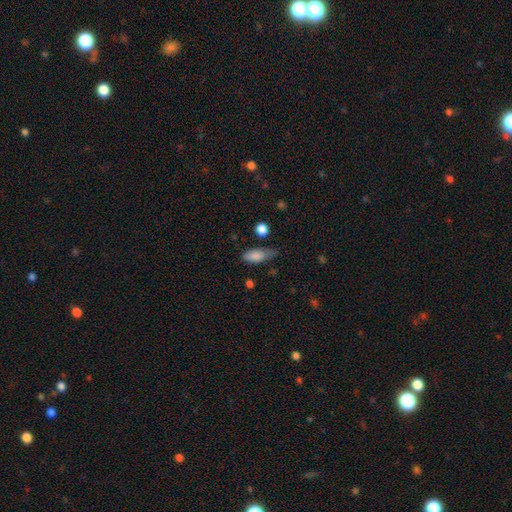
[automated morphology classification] This appears to be a smooth galaxy with no disk features (83%) that is in between round and cigar-shaped (78%). Merging: none (47%).